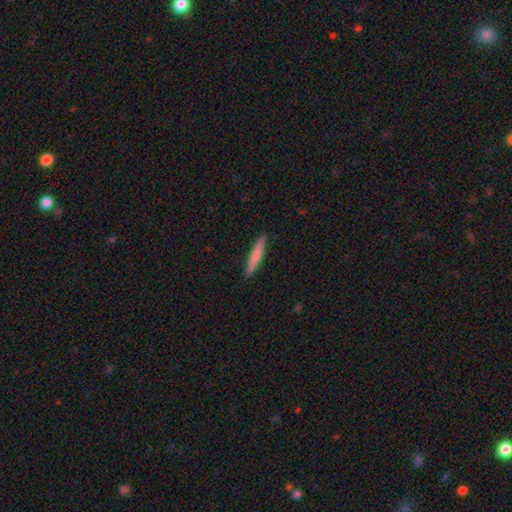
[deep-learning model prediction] Overall: smooth (75%). How rounded: cigar-shaped (94%). Merging: none (91%).